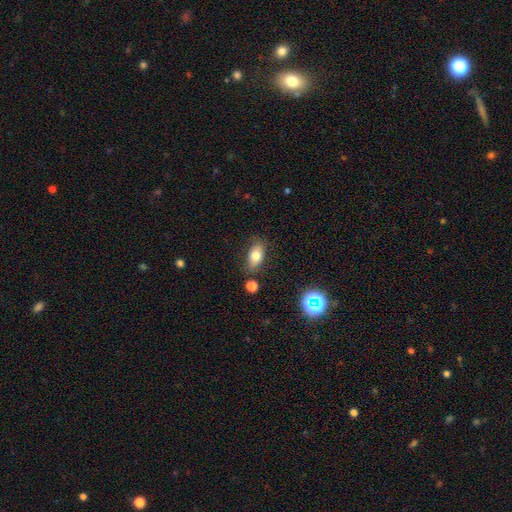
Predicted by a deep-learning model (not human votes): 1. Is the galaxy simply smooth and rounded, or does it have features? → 76% smooth, 14% featured or disk, 10% star or artifact.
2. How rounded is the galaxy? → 86% in between, 9% round, 5% cigar-shaped.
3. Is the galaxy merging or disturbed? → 79% none, 14% minor disturbance, 4% merger, 4% major disturbance.